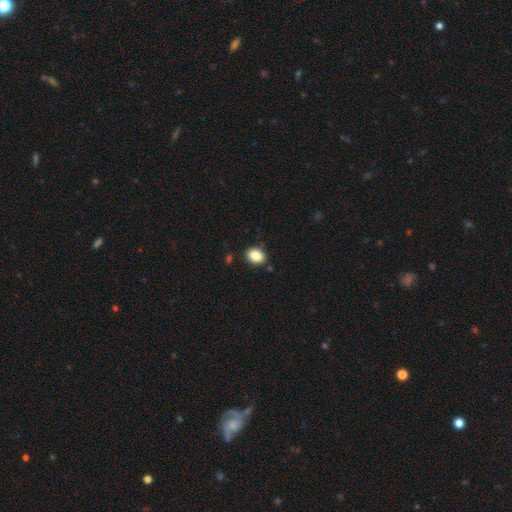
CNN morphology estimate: A smooth galaxy with no disk features (86%) that is in between round and cigar-shaped (62%). Merging: none (87%).